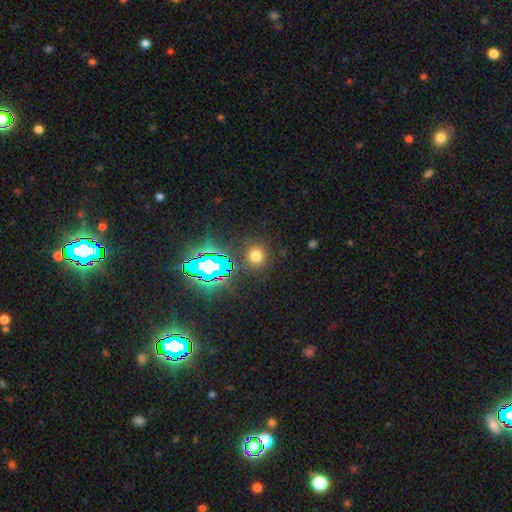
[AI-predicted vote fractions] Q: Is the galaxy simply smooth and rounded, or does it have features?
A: smooth — 61%.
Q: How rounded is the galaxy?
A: round — 86%.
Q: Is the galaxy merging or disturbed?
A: none — 85%.